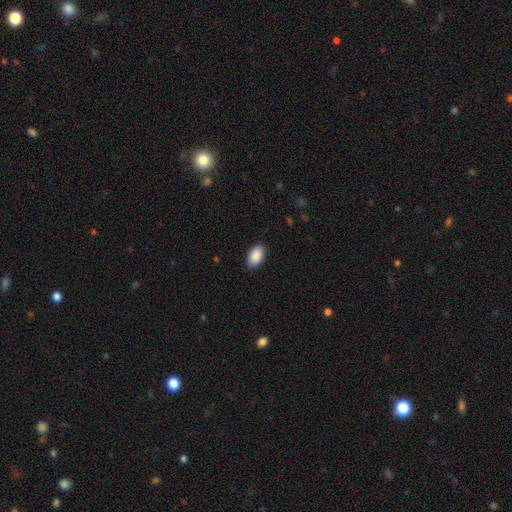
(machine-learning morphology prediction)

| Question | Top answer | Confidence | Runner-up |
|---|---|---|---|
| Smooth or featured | smooth | 90% | star or artifact (6%) |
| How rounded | in between | 94% | round (5%) |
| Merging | none | 88% | minor disturbance (9%) |